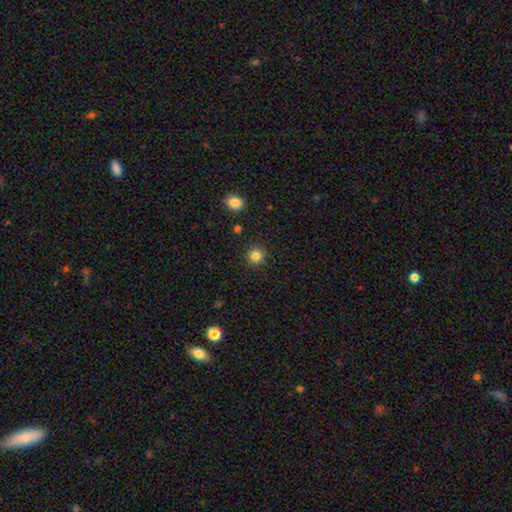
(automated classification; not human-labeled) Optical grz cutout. It shows a smooth galaxy with no disk features (83%) that is round (93%). Merging: none (92%).